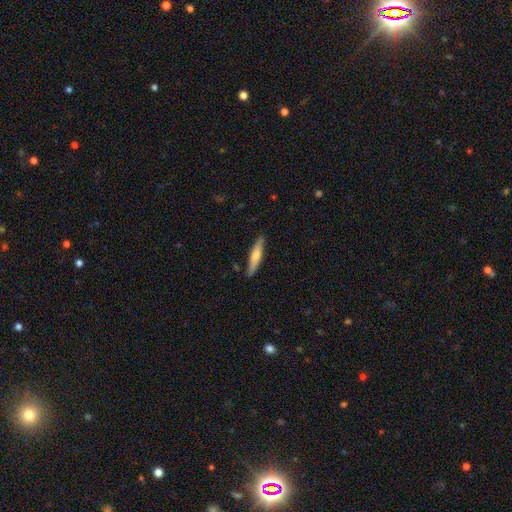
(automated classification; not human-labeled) Smooth or featured: smooth — 60% (featured or disk — 35%)
How rounded: cigar-shaped — 84% (in between — 15%)
Merging: none — 85% (minor disturbance — 11%)